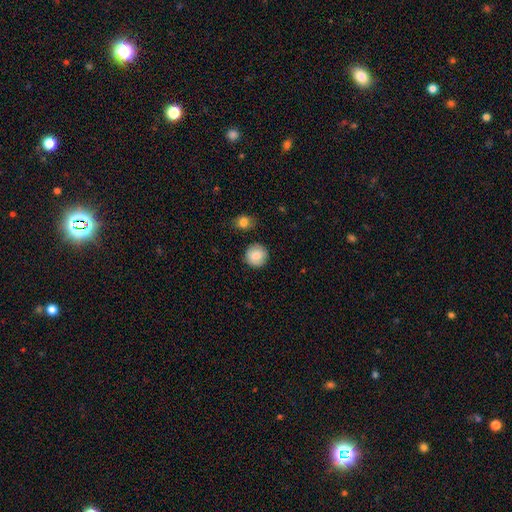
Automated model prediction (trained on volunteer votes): smooth 86%, star or artifact 8%, featured or disk 7%. Down the decision tree: how rounded — round (94%); merging — none (87%).